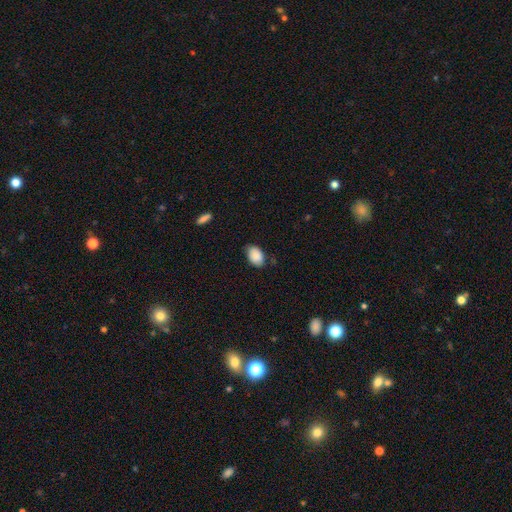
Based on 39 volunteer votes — Morphology: type=smooth (90%); roundness=in between (91%); merging=none (76%).